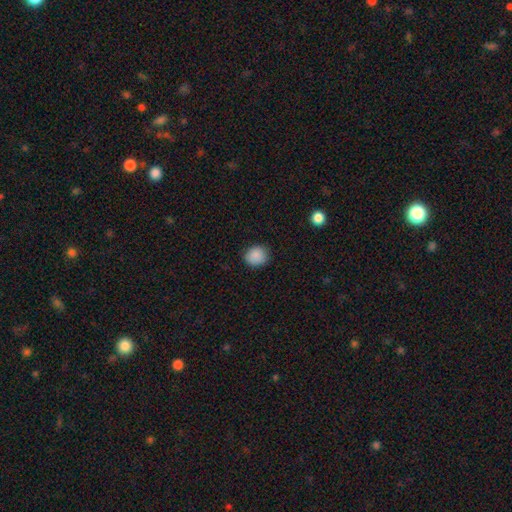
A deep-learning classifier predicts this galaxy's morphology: This is clearly a smooth galaxy (88%). How rounded: clearly round (82%). Merging: clearly none (87%).